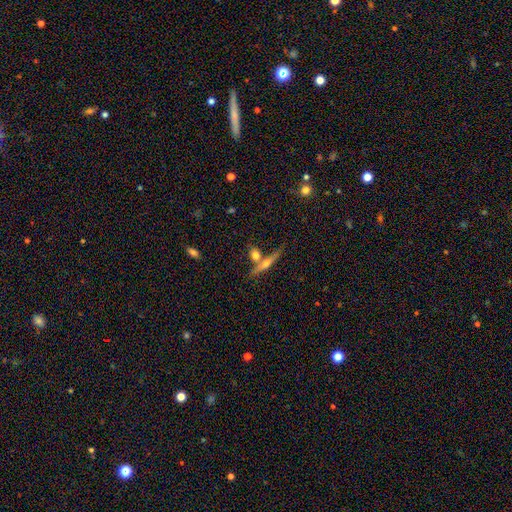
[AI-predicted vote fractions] Smooth or featured?
  - smooth: 48% *
  - featured or disk: 43%
  - star or artifact: 9%
Merging?
  - none: 55% *
  - merger: 30%
  - minor disturbance: 11%
  - major disturbance: 4%